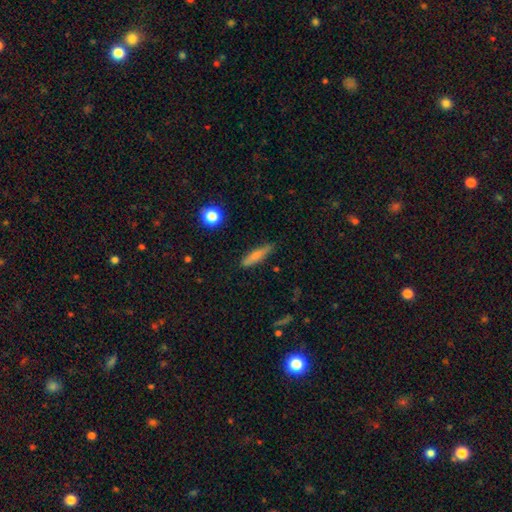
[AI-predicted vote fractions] smooth-or-featured: smooth: 69% | featured or disk: 23% | star or artifact: 8%
  how-rounded: cigar-shaped: 78% | in between: 19% | round: 3%
  merging: none: 83% | minor disturbance: 12% | major disturbance: 2% | merger: 2%